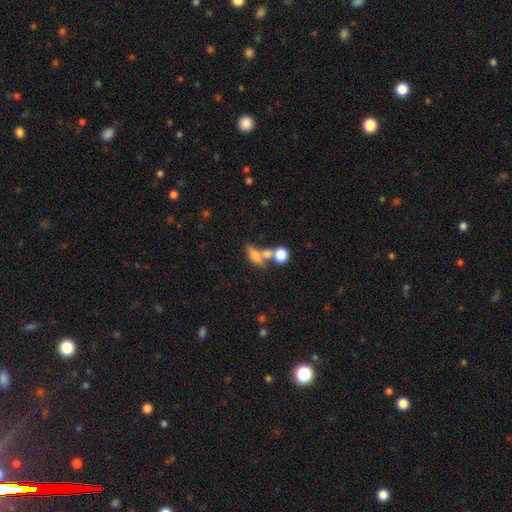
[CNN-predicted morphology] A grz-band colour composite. It shows a smooth galaxy with no disk features (61%) that is in between round and cigar-shaped (53%). Merging: none (42%).